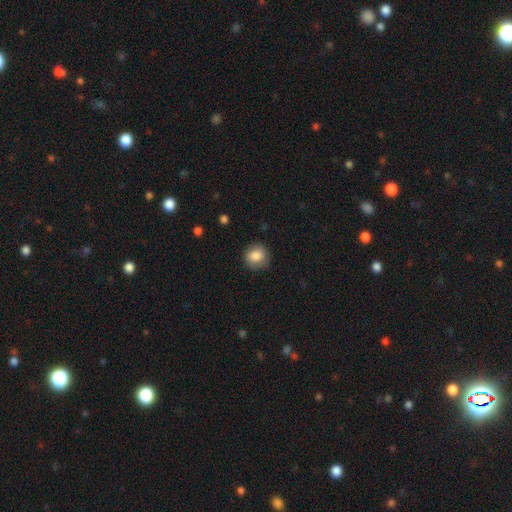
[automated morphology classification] type=smooth (84%); roundness=round (86%); merging=none (83%).